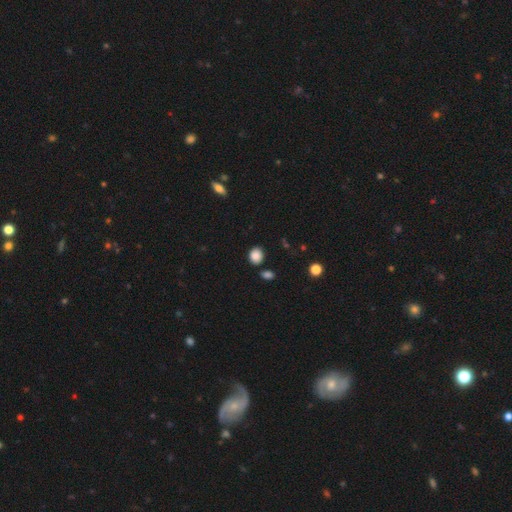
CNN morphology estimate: smooth_or_featured: smooth (p=0.87) [alt: star or artifact p=0.09]
how_rounded: round (p=0.58) [alt: in between p=0.41]
merging: none (p=0.81) [alt: minor disturbance p=0.10]